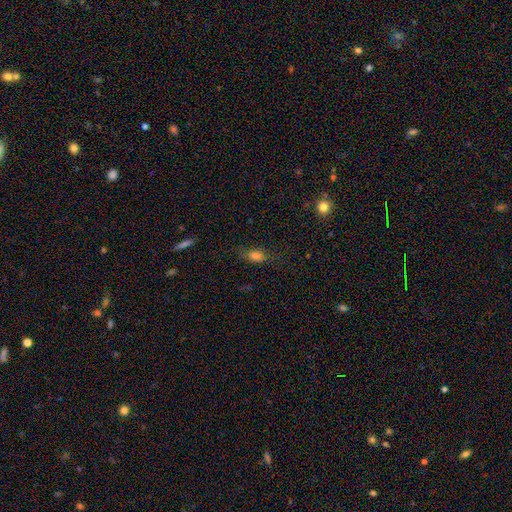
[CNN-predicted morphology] A smooth galaxy with no disk features (76%) that is in between round and cigar-shaped (79%). Merging: none (70%).